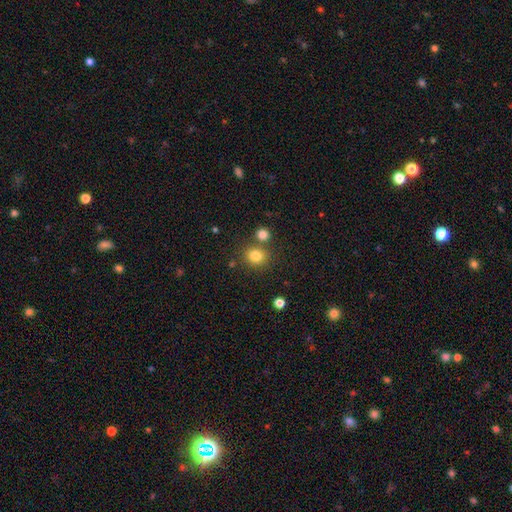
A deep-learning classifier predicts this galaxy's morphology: Smooth or featured?
  - smooth: 81% *
  - star or artifact: 13%
  - featured or disk: 6%
How rounded?
  - round: 80% *
  - in between: 19%
  - cigar-shaped: 1%
Merging?
  - none: 72% *
  - merger: 15%
  - minor disturbance: 9%
  - major disturbance: 3%